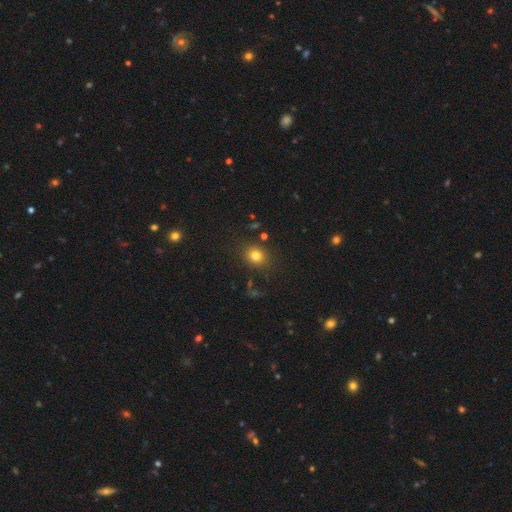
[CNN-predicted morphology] Smooth or featured?
  - smooth: 79% *
  - star or artifact: 14%
  - featured or disk: 7%
How rounded?
  - round: 74% *
  - in between: 25%
  - cigar-shaped: 1%
Merging?
  - none: 84% *
  - minor disturbance: 10%
  - major disturbance: 4%
  - merger: 3%